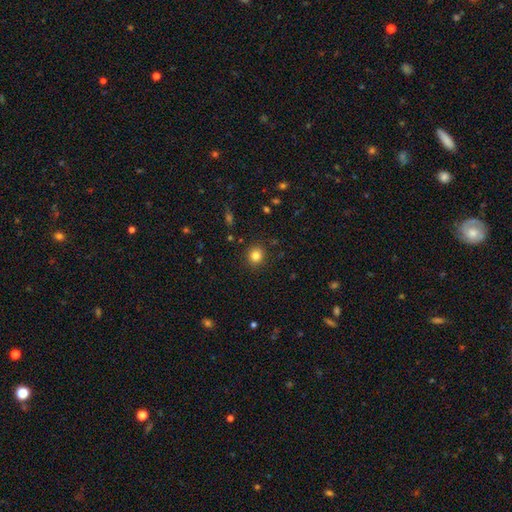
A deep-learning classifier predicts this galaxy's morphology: This appears to be a smooth galaxy with no disk features (83%) that is round (86%). Merging: none (89%).